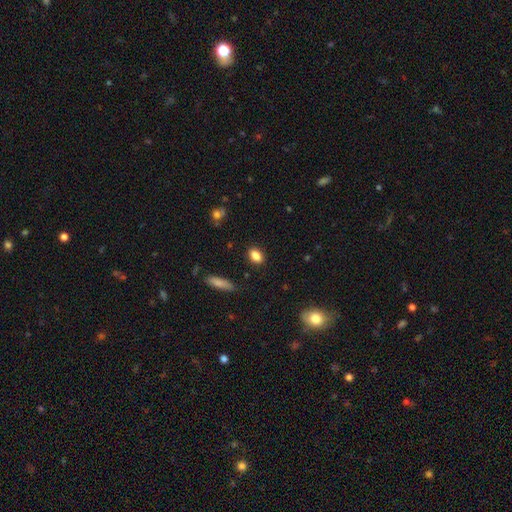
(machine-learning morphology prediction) Q: Smooth or featured?
A: smooth (85%); runner-up: star or artifact (9%)
Q: How rounded?
A: in between (78%); runner-up: round (18%)
Q: Merging?
A: none (87%); runner-up: minor disturbance (9%)